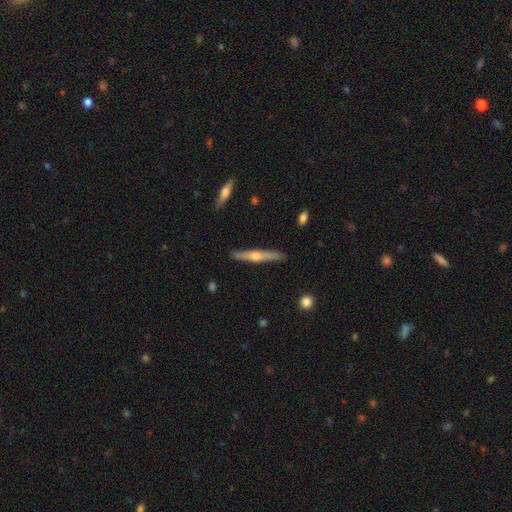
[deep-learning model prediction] Overall: featured or disk (68%). Edge-on disk: yes (97%). Edge-on bulge: rounded (90%). Merging: none (90%).